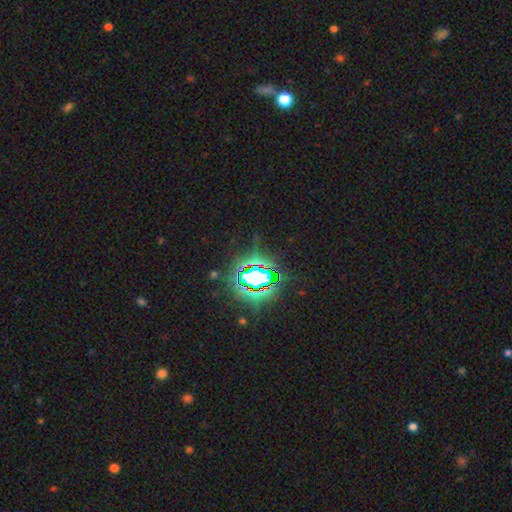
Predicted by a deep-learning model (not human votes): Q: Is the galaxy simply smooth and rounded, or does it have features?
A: star or artifact — 77%.